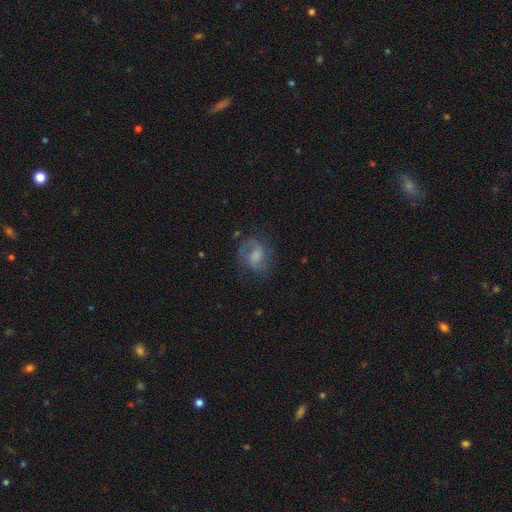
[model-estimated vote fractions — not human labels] Q: Smooth or featured?
A: featured or disk (63%); runner-up: smooth (28%)
Q: Edge-on disk?
A: no (97%); runner-up: yes (3%)
Q: Bar?
A: no (46%); runner-up: weak (44%)
Q: Spiral arms?
A: yes (89%); runner-up: no (11%)
Q: Spiral winding?
A: medium (49%); runner-up: loose (32%)
Q: Spiral arm count?
A: 2 (73%); runner-up: 1 (14%)
Q: Bulge size?
A: none (29%); tied with: moderate (29%)
Q: Merging?
A: none (63%); runner-up: minor disturbance (20%)